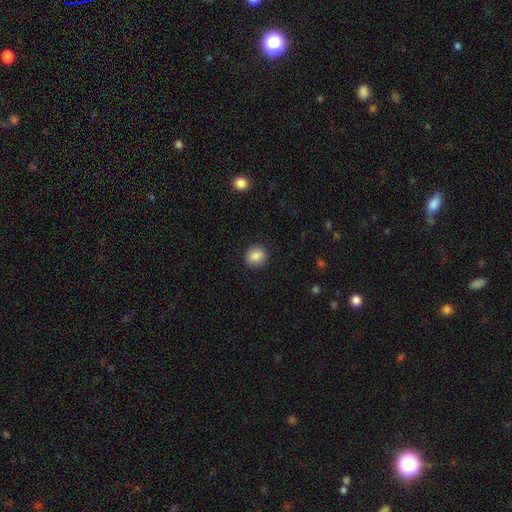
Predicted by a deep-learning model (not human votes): Overall: smooth (87%). How rounded: round (89%). Merging: none (91%).